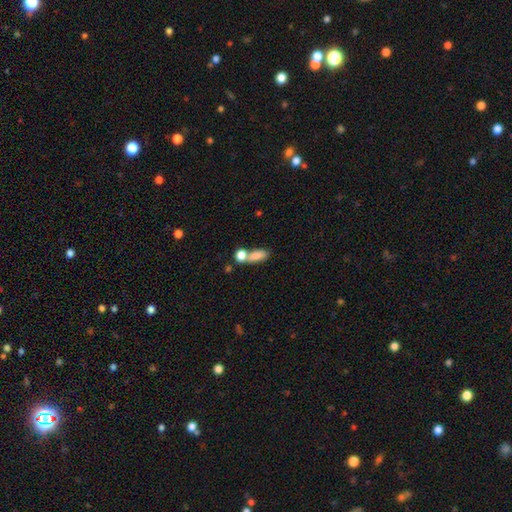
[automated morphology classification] Q: Smooth or featured?
A: smooth (81%); runner-up: featured or disk (10%)
Q: How rounded?
A: in between (75%); runner-up: cigar-shaped (16%)
Q: Merging?
A: merger (46%); runner-up: none (37%)